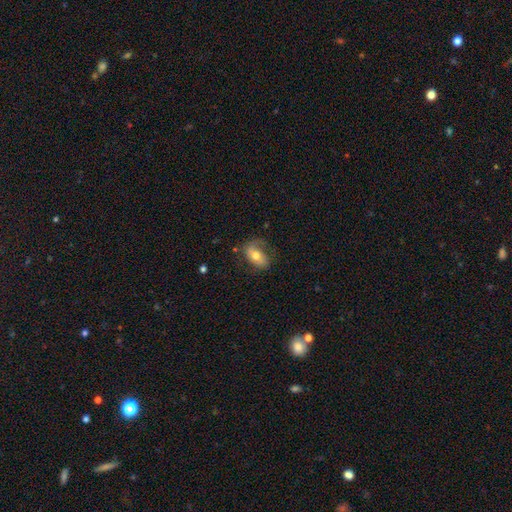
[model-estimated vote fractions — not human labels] The model was most divided on "smooth or featured": smooth: 56%, featured or disk: 37%, star or artifact: 8%. More confident: how rounded — in between (87%); merging — none (58%).